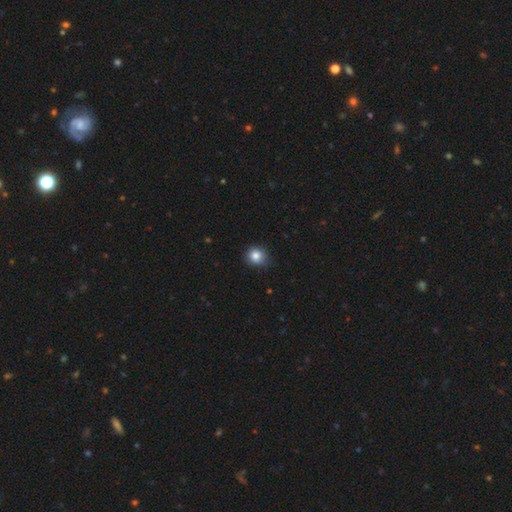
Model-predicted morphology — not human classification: Overall: smooth (84%). How rounded: round (82%). Merging: none (73%).